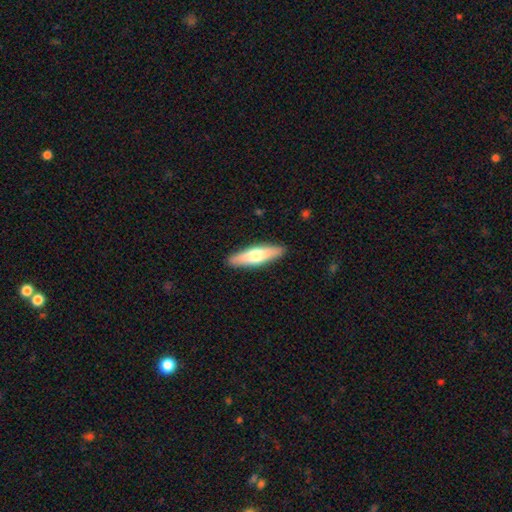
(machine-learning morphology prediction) Smooth or featured: smooth — 61% (featured or disk — 34%)
How rounded: cigar-shaped — 69% (in between — 29%)
Merging: none — 90% (minor disturbance — 8%)